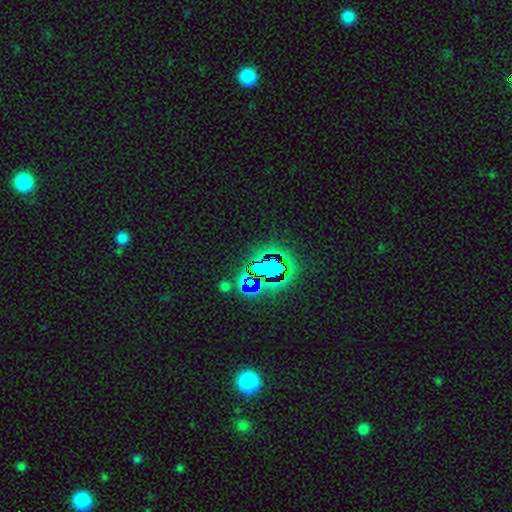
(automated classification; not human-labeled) Smooth or featured: star or artifact — 76% (smooth — 13%)